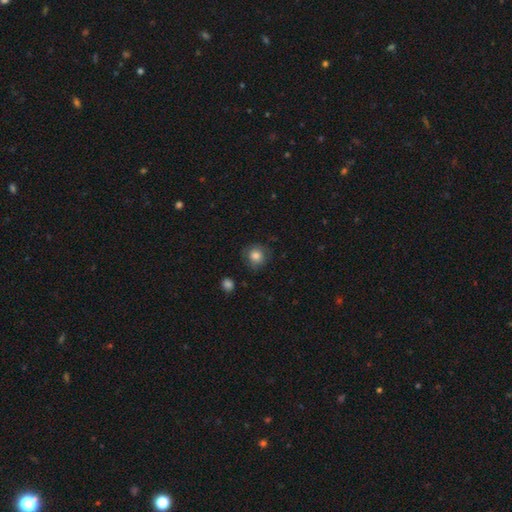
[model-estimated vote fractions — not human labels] Morphology: type=smooth (81%); roundness=round (89%); merging=none (79%).